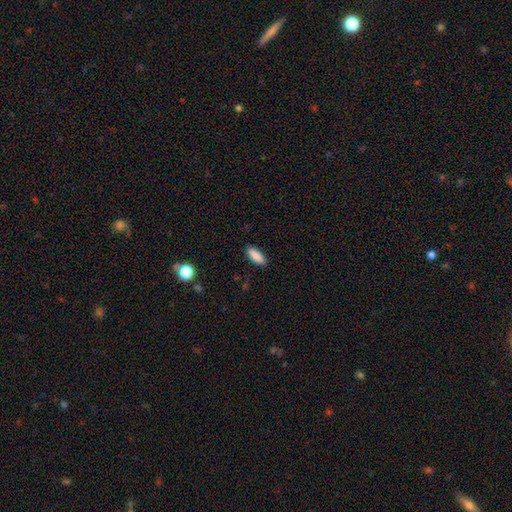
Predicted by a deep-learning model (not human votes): smooth 89%, star or artifact 7%, featured or disk 4%. Down the decision tree: how rounded — in between (76%); merging — none (88%).